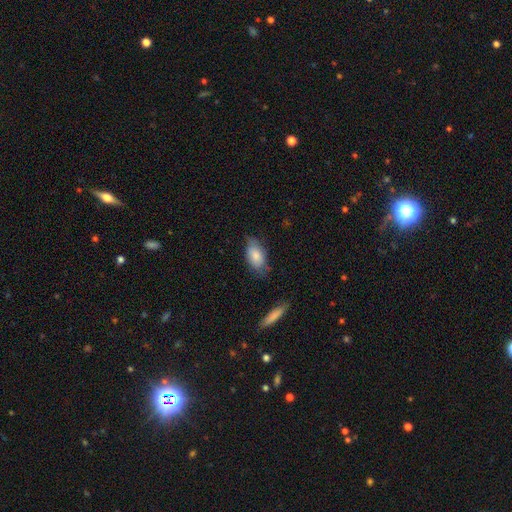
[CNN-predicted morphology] Smooth or featured?
  - smooth: 80% *
  - featured or disk: 14%
  - star or artifact: 6%
How rounded?
  - in between: 91% *
  - cigar-shaped: 5%
  - round: 4%
Merging?
  - none: 66% *
  - minor disturbance: 26%
  - major disturbance: 6%
  - merger: 2%